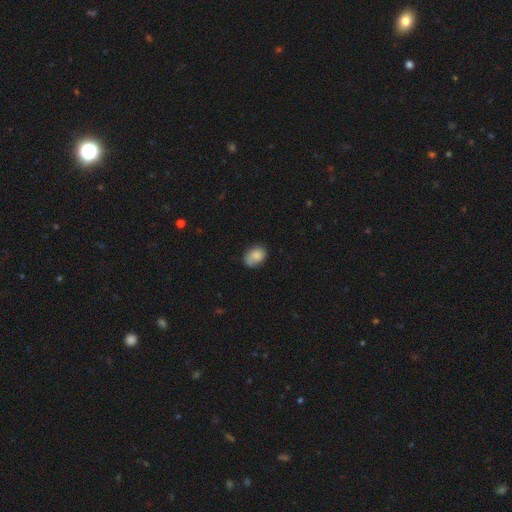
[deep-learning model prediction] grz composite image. It shows a smooth galaxy with no disk features (78%) that is in between round and cigar-shaped (68%). Merging: none (62%).